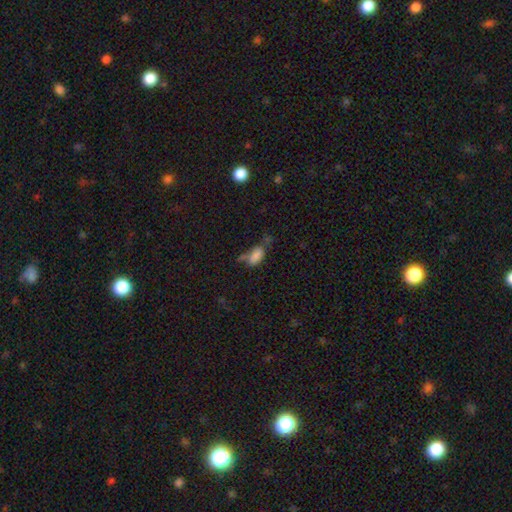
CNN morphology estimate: Smooth or featured? smooth (76%)
How rounded? in between (90%)
Merging? none (28%)